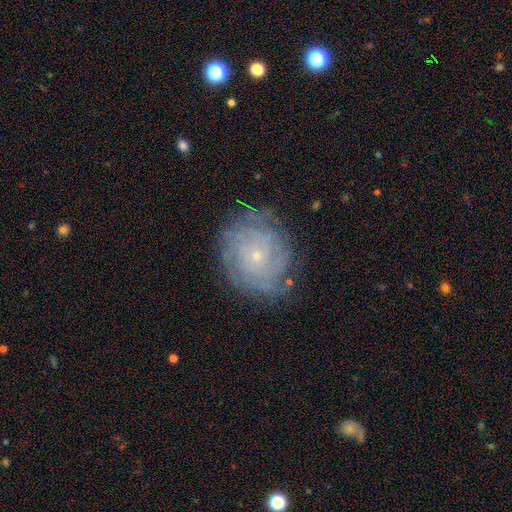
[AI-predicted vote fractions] A featured or disk galaxy (76%) with no bar (82%), tight (79%) spiral arms (92%) and a small central bulge (84%). Merging: none (79%).